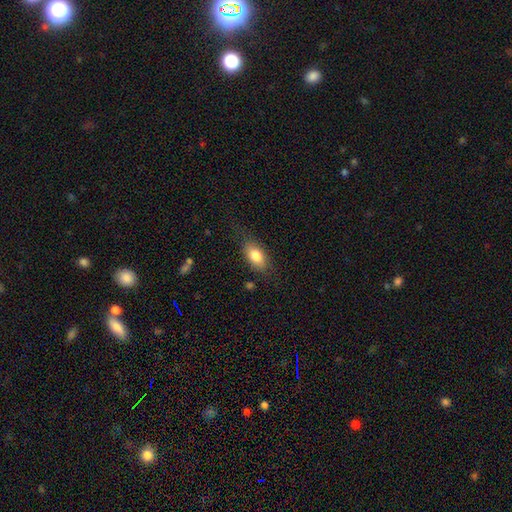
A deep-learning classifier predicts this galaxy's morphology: smooth_or_featured: smooth (p=0.81) [alt: featured or disk p=0.12]
how_rounded: in between (p=0.88) [alt: round p=0.06]
merging: none (p=0.73) [alt: minor disturbance p=0.19]